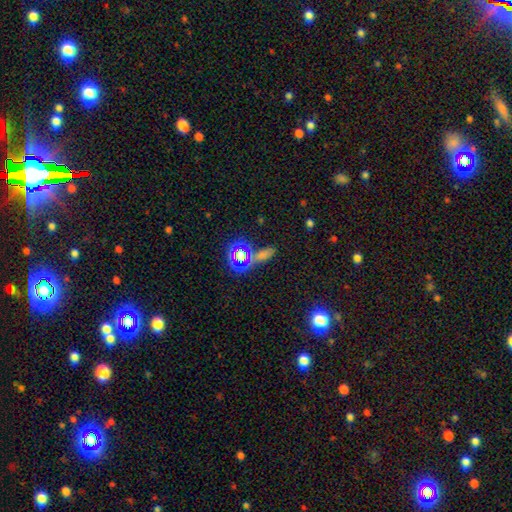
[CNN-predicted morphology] A smooth galaxy with no disk features (48%).

Vote fractions:
- Smooth or featured? smooth: 48% / star or artifact: 36% / featured or disk: 16%
- Merging? none: 50% / merger: 30% / minor disturbance: 12% / major disturbance: 9%